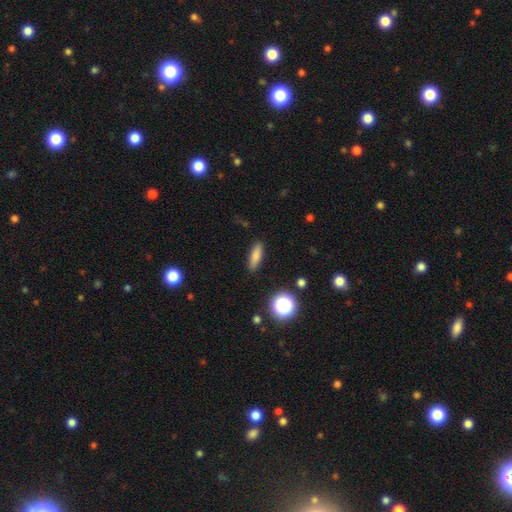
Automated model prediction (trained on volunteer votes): The model was most divided on "how rounded": cigar-shaped: 54%, in between: 42%, round: 5%. More confident: merging — none (88%); smooth or featured — smooth (79%).